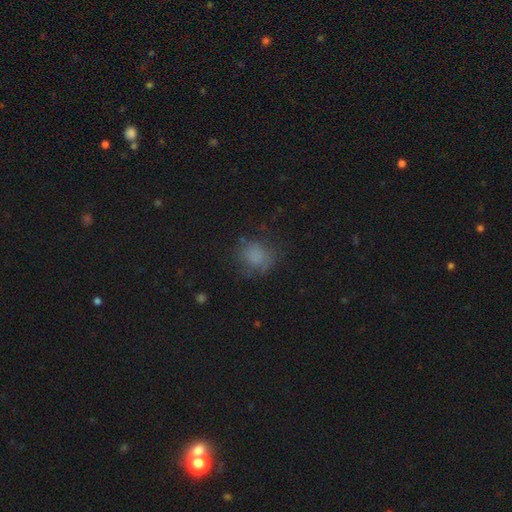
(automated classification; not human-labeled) A smooth galaxy with no disk features (72%) that is round (70%).

Vote fractions:
- Smooth or featured? smooth: 72% / star or artifact: 15% / featured or disk: 13%
- How rounded? round: 70% / in between: 29% / cigar-shaped: 1%
- Merging? none: 61% / minor disturbance: 22% / major disturbance: 15% / merger: 2%